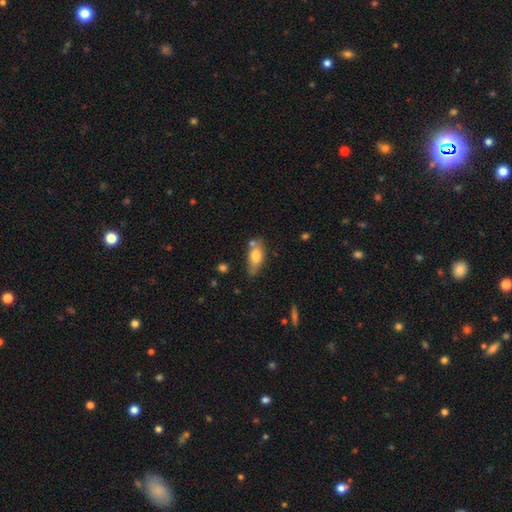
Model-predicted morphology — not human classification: type=smooth (70%); roundness=in between (79%); merging=none (56%).